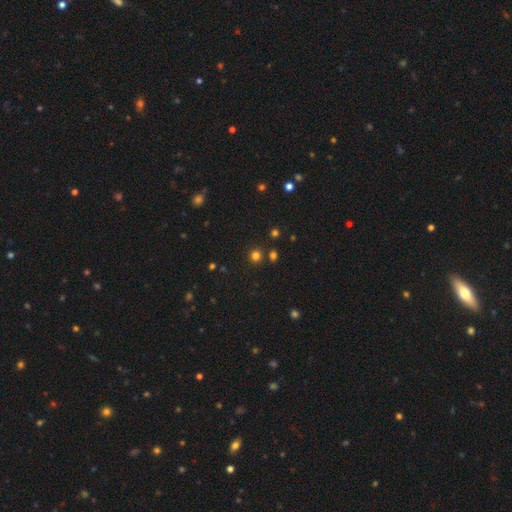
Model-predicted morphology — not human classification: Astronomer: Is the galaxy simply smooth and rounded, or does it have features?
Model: smooth — 74%.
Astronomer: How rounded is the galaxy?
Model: round — 92%.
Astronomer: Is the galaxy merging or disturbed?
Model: none — 85%.